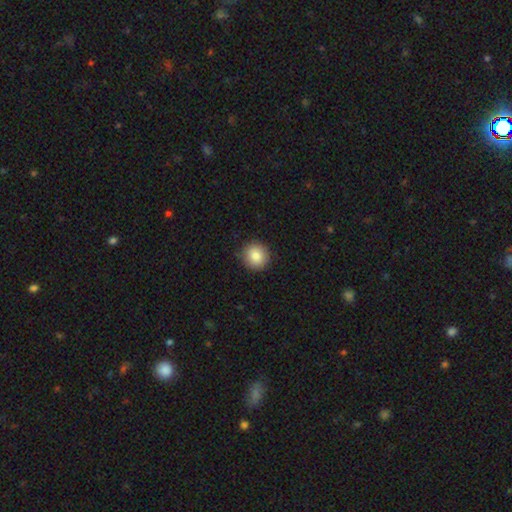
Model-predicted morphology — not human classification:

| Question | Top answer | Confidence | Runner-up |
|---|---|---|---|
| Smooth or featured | smooth | 85% | star or artifact (8%) |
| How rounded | round | 91% | in between (8%) |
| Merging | none | 87% | minor disturbance (9%) |